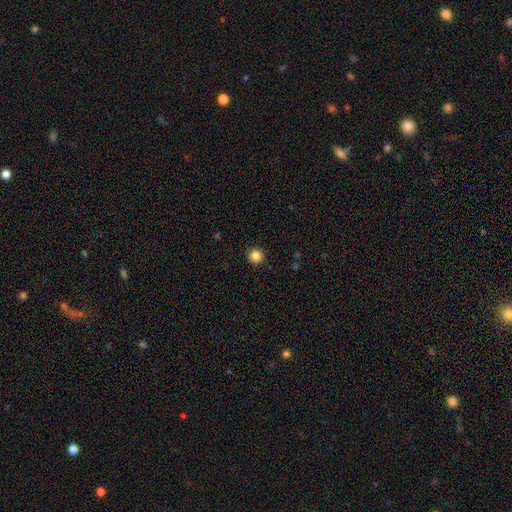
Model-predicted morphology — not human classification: Smooth or featured? smooth (85%)
How rounded? round (96%)
Merging? none (93%)